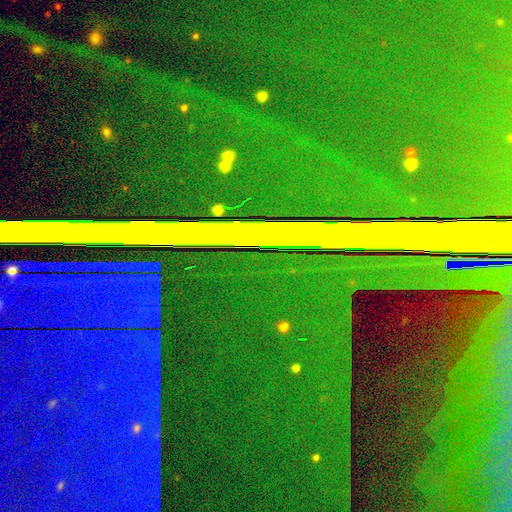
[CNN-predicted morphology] smooth_or_featured: star or artifact (p=0.89) [alt: featured or disk p=0.07]